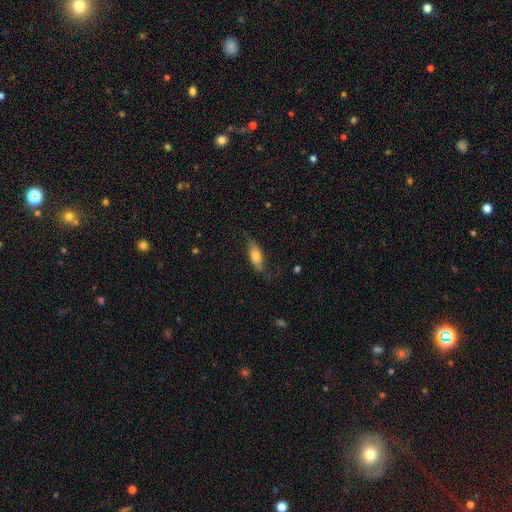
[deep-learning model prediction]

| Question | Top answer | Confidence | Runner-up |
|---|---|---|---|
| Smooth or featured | smooth | 71% | featured or disk (23%) |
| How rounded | in between | 71% | cigar-shaped (26%) |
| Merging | none | 69% | minor disturbance (23%) |